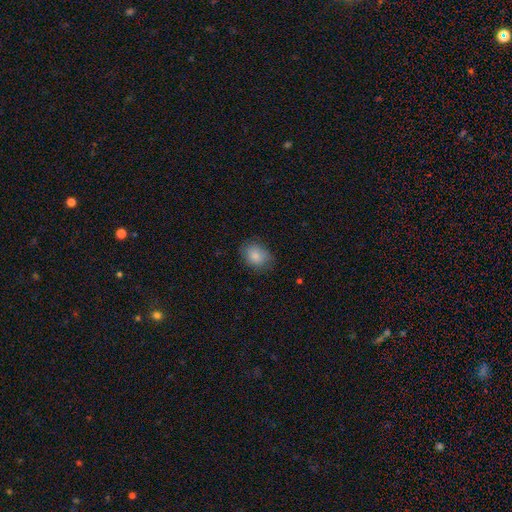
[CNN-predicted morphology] Smooth or featured?
  - smooth: 84% *
  - star or artifact: 8%
  - featured or disk: 8%
How rounded?
  - in between: 56% *
  - round: 43%
  - cigar-shaped: 1%
Merging?
  - none: 77% *
  - minor disturbance: 17%
  - major disturbance: 5%
  - merger: 1%